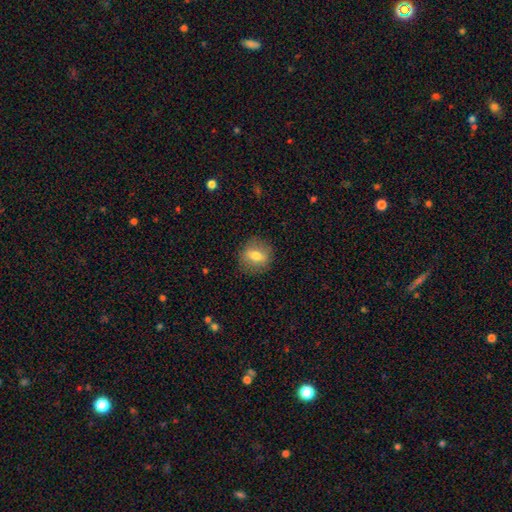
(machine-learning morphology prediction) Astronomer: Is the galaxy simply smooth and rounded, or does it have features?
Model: smooth — 65%.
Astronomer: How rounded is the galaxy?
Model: round — 69%.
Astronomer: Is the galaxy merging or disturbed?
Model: none — 85%.